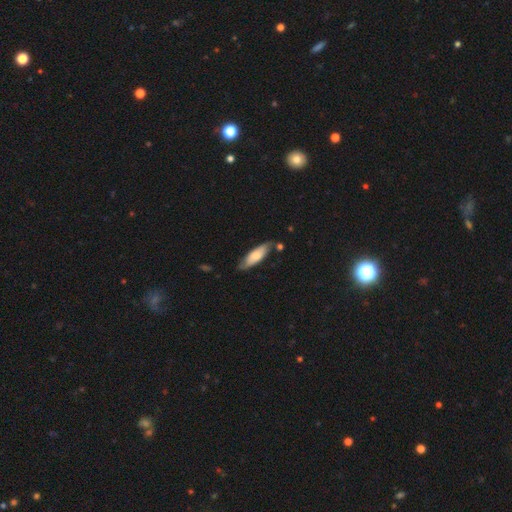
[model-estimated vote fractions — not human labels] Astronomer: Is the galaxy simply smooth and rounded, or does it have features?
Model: smooth — 64%.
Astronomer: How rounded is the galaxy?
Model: in between — 52% (runner-up: cigar-shaped, 46%).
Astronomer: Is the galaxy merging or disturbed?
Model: none — 70%.